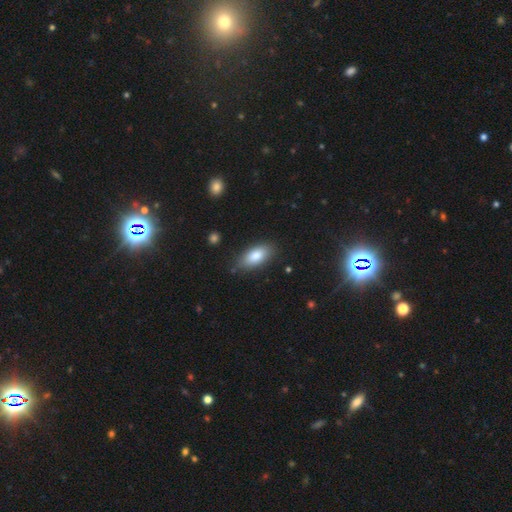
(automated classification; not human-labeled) smooth-or-featured: smooth: 82% | featured or disk: 11% | star or artifact: 7%
  how-rounded: in between: 87% | cigar-shaped: 10% | round: 3%
  merging: none: 81% | minor disturbance: 14% | major disturbance: 3% | merger: 2%